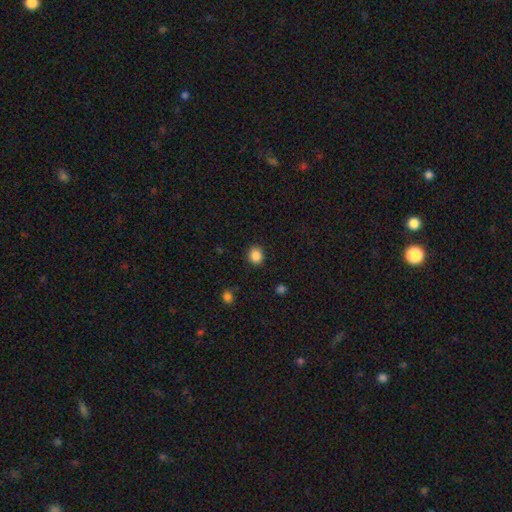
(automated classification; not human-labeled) The model was most divided on "how rounded": round: 78%, in between: 21%, cigar-shaped: 1%. More confident: merging — none (89%); smooth or featured — smooth (87%).